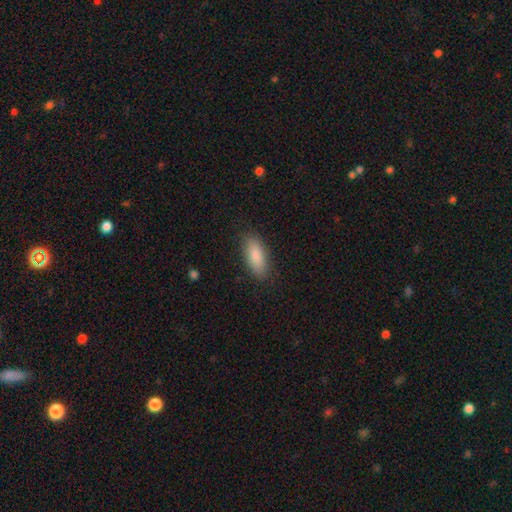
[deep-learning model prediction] smooth-or-featured: smooth: 87% | featured or disk: 7% | star or artifact: 6%
  how-rounded: in between: 78% | cigar-shaped: 20% | round: 2%
  merging: none: 86% | minor disturbance: 10% | major disturbance: 3% | merger: 1%